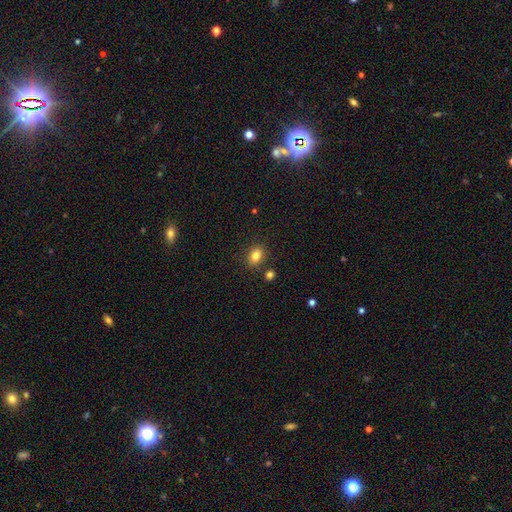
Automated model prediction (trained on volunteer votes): smooth-or-featured: smooth: 81% | star or artifact: 12% | featured or disk: 7%
  how-rounded: in between: 52% | round: 47% | cigar-shaped: 1%
  merging: none: 83% | minor disturbance: 10% | merger: 5% | major disturbance: 3%